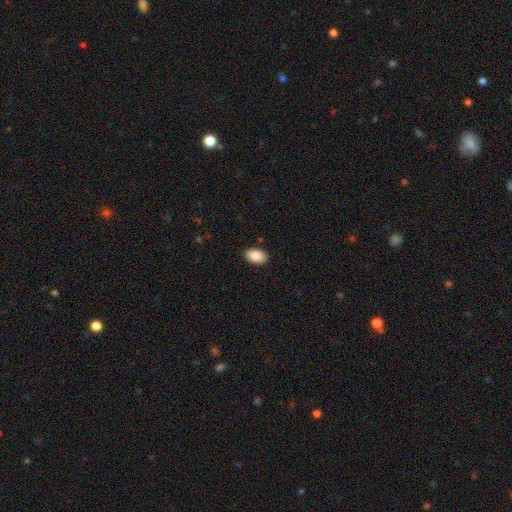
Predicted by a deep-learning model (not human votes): Q: Smooth or featured?
A: smooth (87%); runner-up: star or artifact (7%)
Q: How rounded?
A: in between (92%); runner-up: round (6%)
Q: Merging?
A: none (89%); runner-up: minor disturbance (8%)